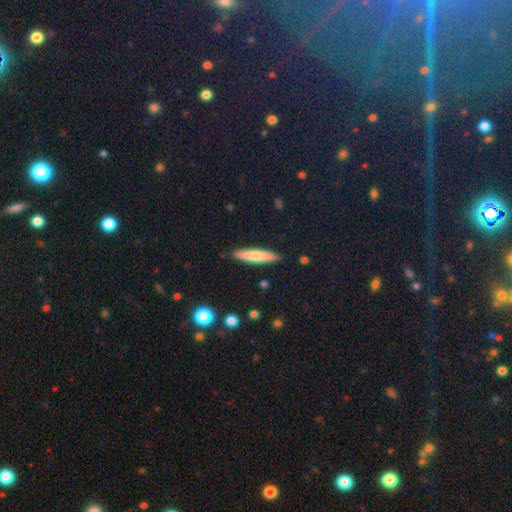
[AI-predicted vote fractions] A smooth galaxy with no disk features (66%) that is cigar-shaped (86%).

Vote fractions:
- Smooth or featured? smooth: 66% / featured or disk: 28% / star or artifact: 6%
- How rounded? cigar-shaped: 86% / in between: 13% / round: 1%
- Merging? none: 90% / minor disturbance: 7% / major disturbance: 2% / merger: 1%